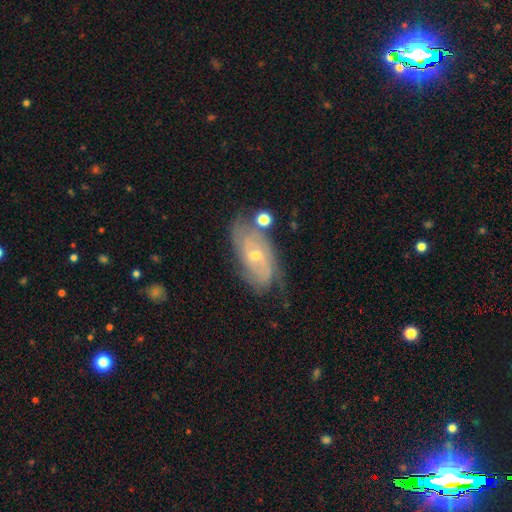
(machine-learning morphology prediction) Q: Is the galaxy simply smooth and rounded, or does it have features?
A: featured or disk — 78%.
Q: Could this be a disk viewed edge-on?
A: no — 93%.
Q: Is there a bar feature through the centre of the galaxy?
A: no — 56%.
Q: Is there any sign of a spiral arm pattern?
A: yes — 89%.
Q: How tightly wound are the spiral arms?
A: tight — 58%.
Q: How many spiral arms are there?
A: can't tell — 41%.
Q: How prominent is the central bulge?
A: small — 57%.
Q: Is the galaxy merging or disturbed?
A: none — 61%.